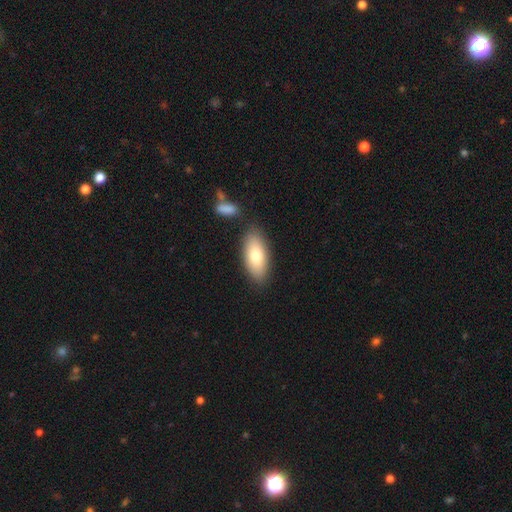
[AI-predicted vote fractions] Smooth or featured?
  - smooth: 77% *
  - featured or disk: 17%
  - star or artifact: 6%
How rounded?
  - in between: 81% *
  - cigar-shaped: 16%
  - round: 2%
Merging?
  - none: 80% *
  - minor disturbance: 11%
  - merger: 6%
  - major disturbance: 3%